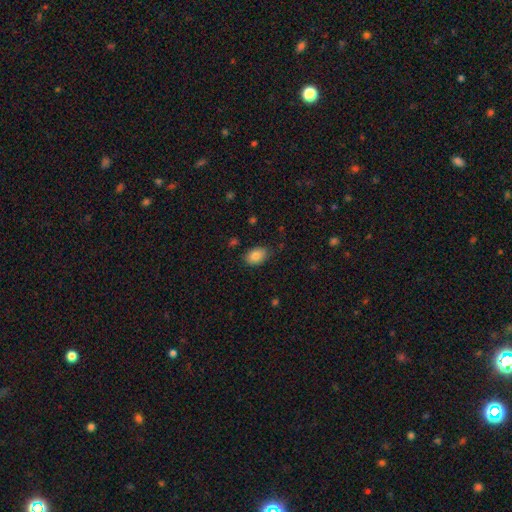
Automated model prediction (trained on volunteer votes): smooth-or-featured: smooth: 85% | star or artifact: 8% | featured or disk: 7%
  how-rounded: in between: 84% | round: 15% | cigar-shaped: 1%
  merging: none: 81% | minor disturbance: 15% | major disturbance: 3% | merger: 1%